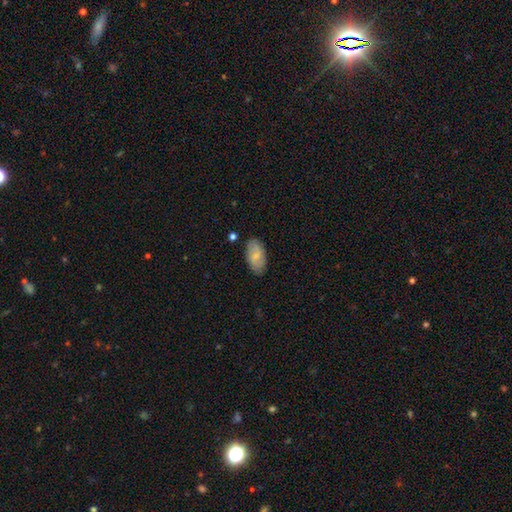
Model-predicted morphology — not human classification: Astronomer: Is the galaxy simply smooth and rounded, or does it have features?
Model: smooth — 69%.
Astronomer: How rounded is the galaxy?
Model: in between — 94%.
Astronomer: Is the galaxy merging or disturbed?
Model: none — 81%.